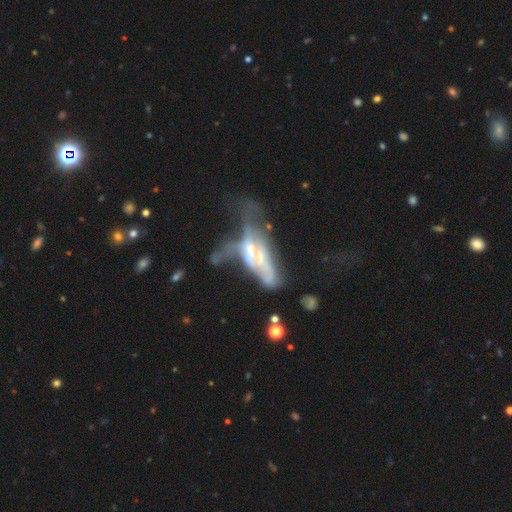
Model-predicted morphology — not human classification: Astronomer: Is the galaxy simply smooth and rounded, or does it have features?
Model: featured or disk — 65%.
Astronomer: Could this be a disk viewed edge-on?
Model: no — 70%.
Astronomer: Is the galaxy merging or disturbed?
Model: merger — 48% (runner-up: major disturbance, 29%).